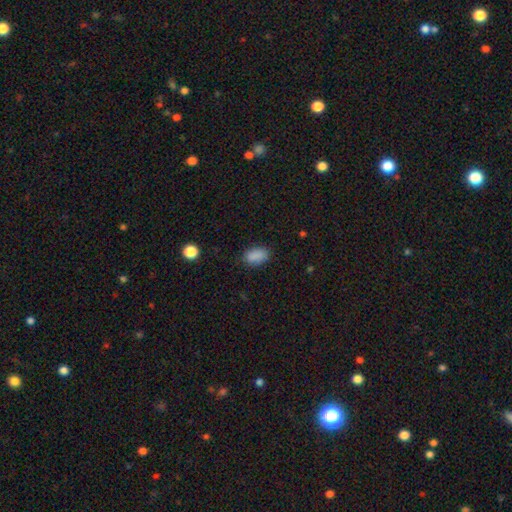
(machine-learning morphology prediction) Smooth or featured? smooth (87%)
How rounded? in between (90%)
Merging? none (81%)